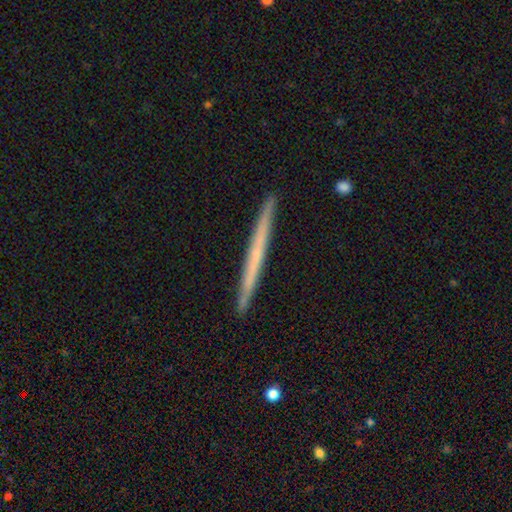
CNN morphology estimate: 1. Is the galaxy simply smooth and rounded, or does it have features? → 50% featured or disk, 45% smooth, 6% star or artifact.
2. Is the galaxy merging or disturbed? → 93% none, 5% minor disturbance, 1% major disturbance, 1% merger.